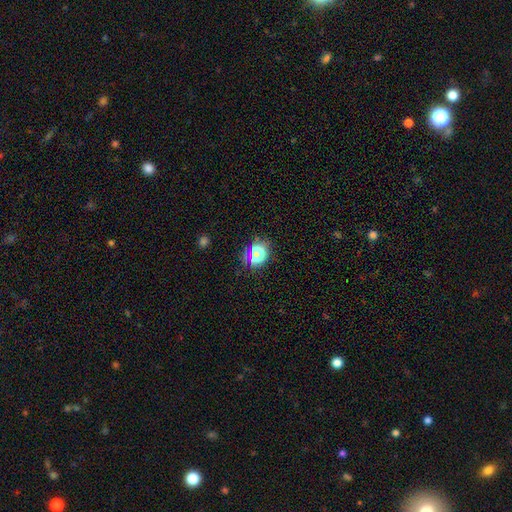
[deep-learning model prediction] smooth_or_featured: smooth (p=0.71) [alt: star or artifact p=0.20]
how_rounded: round (p=0.56) [alt: in between p=0.42]
merging: none (p=0.82) [alt: minor disturbance p=0.12]